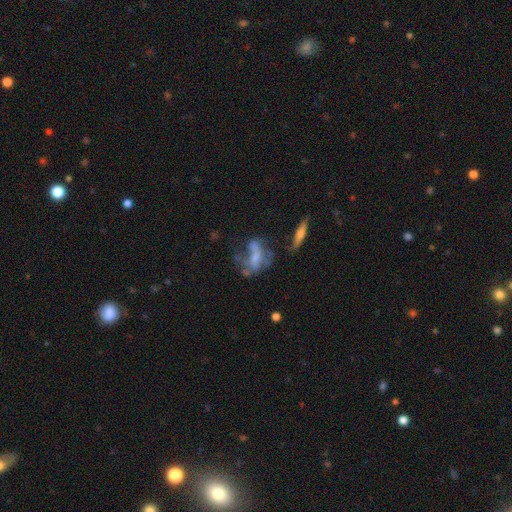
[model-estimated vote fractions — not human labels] Morphology: type=featured or disk (53%); edge-on=no (89%); merging=major disturbance (34%).